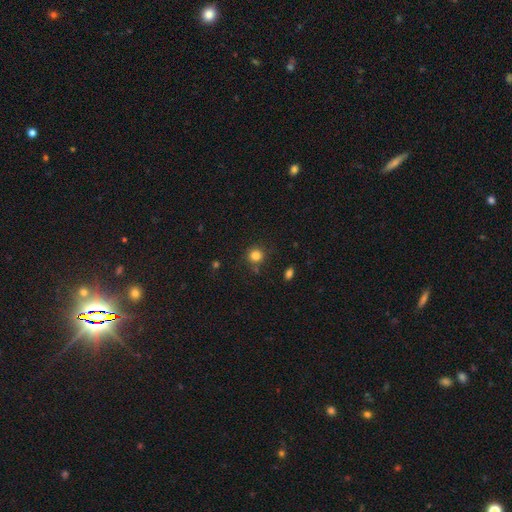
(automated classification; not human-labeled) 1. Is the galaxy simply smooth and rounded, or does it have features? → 82% smooth, 13% star or artifact, 5% featured or disk.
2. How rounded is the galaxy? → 91% round, 8% in between, 1% cigar-shaped.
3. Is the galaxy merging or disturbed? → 83% none, 9% minor disturbance, 4% merger, 3% major disturbance.